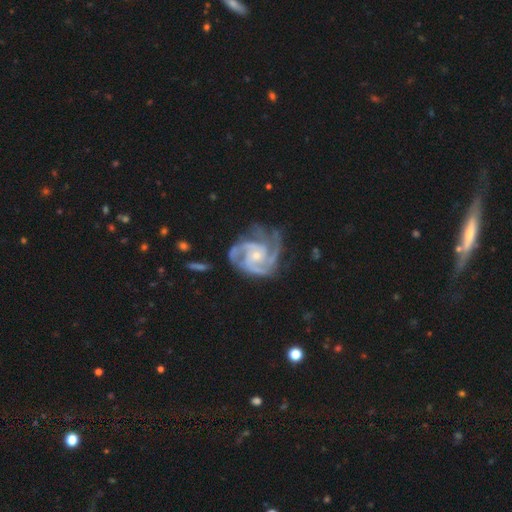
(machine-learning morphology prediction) A featured or disk galaxy (93%) with no bar (68%), 3 (54%) tight (49%) spiral arms (98%) and a small central bulge (58%).

Vote fractions:
- Smooth or featured? featured or disk: 93% / star or artifact: 4% / smooth: 4%
- Edge-on disk? no: 98% / yes: 2%
- Bar? no: 68% / weak: 25% / strong: 6%
- Spiral arms? yes: 98% / no: 2%
- Spiral winding? tight: 49% / medium: 45% / loose: 7%
- Spiral arm count? 3: 54% / 2: 18% / 4: 11% / can't tell: 8% / 1: 5% / more than 4: 5%
- Bulge size? small: 58% / moderate: 38% / none: 2% / large: 2% / dominant: 1%
- Merging? none: 58% / minor disturbance: 25% / major disturbance: 15% / merger: 2%